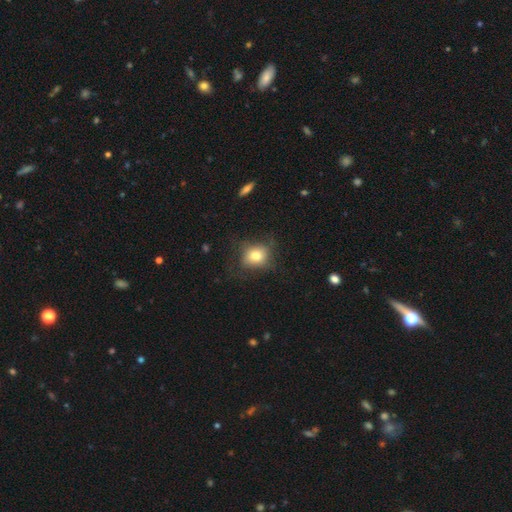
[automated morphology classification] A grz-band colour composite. It shows a smooth galaxy with no disk features (75%) that is round (68%). Merging: none (66%).